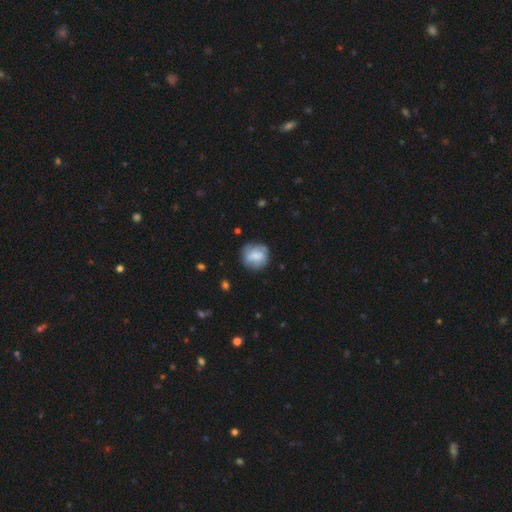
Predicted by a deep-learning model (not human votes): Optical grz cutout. It shows a smooth galaxy with no disk features (58%) that is round (81%). Merging: none (66%).